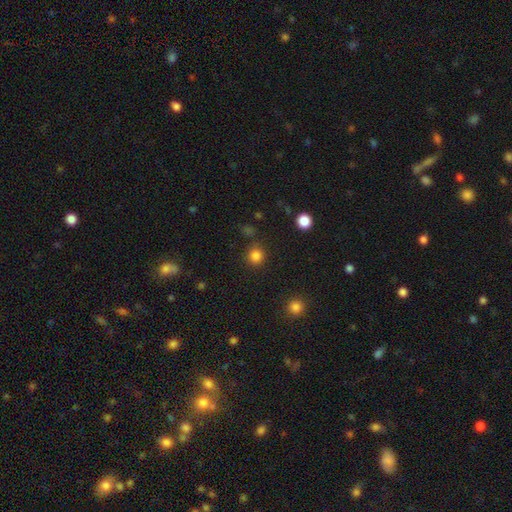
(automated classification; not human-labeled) A smooth galaxy with no disk features (83%) that is round (93%).

Vote fractions:
- Smooth or featured? smooth: 83% / star or artifact: 14% / featured or disk: 4%
- How rounded? round: 93% / in between: 6% / cigar-shaped: 1%
- Merging? none: 85% / minor disturbance: 8% / merger: 4% / major disturbance: 3%